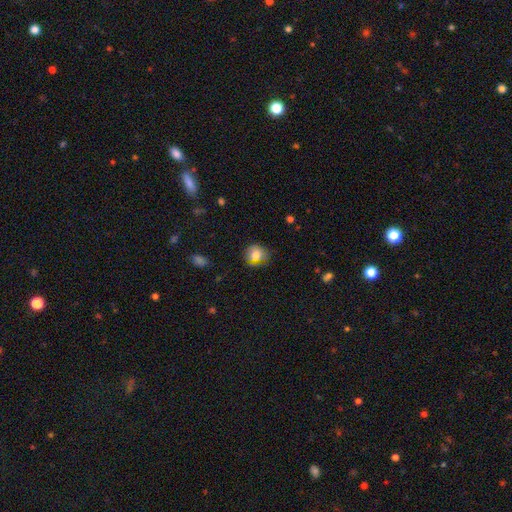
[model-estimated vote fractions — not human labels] Smooth or featured?
  - smooth: 77% *
  - featured or disk: 11%
  - star or artifact: 11%
How rounded?
  - round: 76% *
  - in between: 23%
  - cigar-shaped: 1%
Merging?
  - none: 71% *
  - minor disturbance: 21%
  - major disturbance: 6%
  - merger: 2%